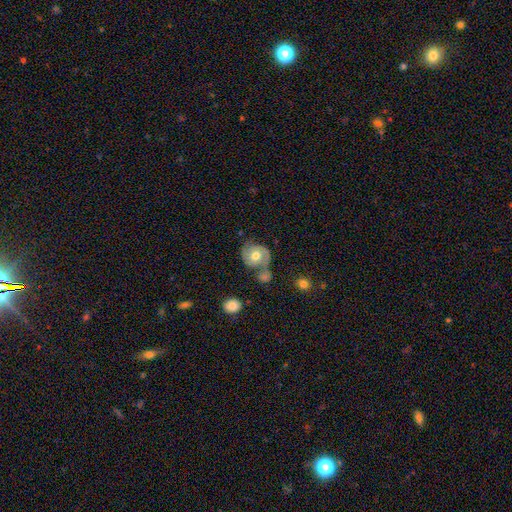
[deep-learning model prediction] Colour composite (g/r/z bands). It shows a featured or disk galaxy (63%) with no bar (73%), 2 (81%) medium (43%) spiral arms (84%) and a moderate central bulge (76%). Merging: none (49%).